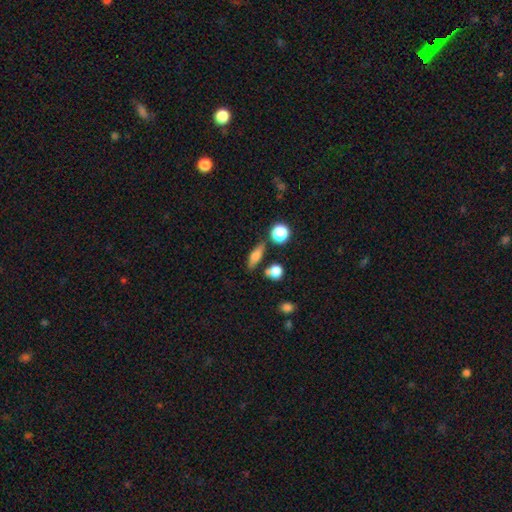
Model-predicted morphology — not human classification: smooth 65%, featured or disk 25%, star or artifact 10%. Down the decision tree: how rounded — in between (48%); merging — none (75%).